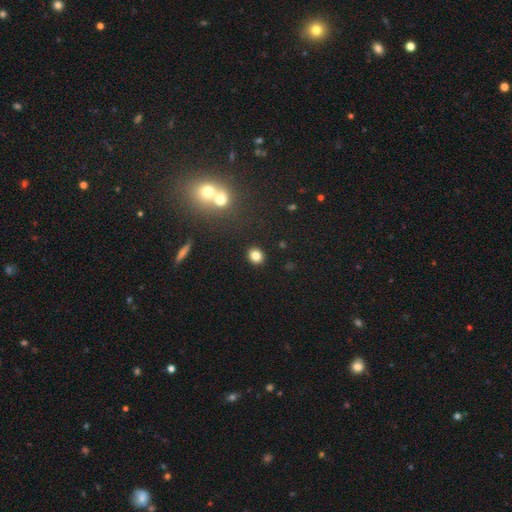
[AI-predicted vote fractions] This is clearly a smooth galaxy (82%). How rounded: likely round (70%). Merging: clearly none (88%).